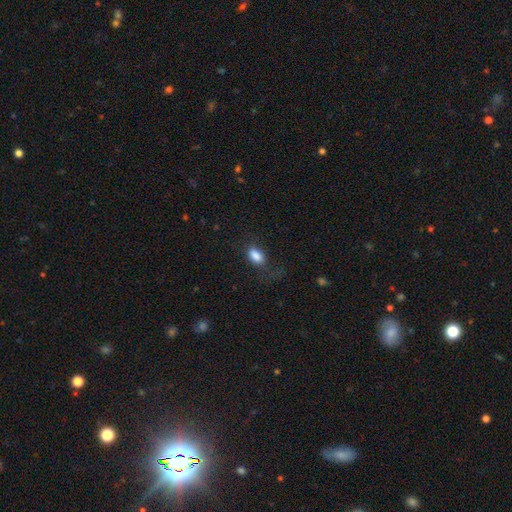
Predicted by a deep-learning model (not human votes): Morphology: type=smooth (86%); roundness=in between (90%); merging=none (64%).